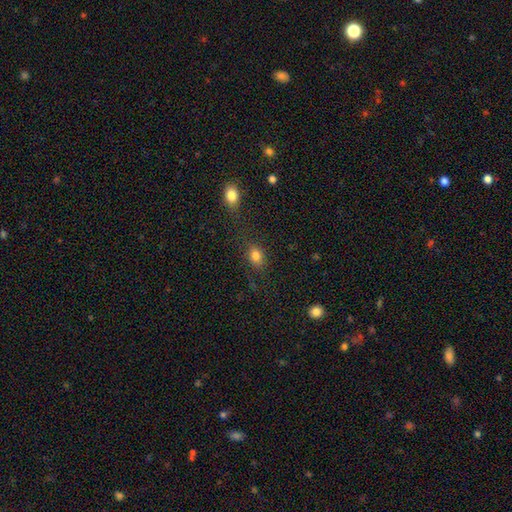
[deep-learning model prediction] smooth_or_featured: smooth (p=0.81) [alt: star or artifact p=0.12]
how_rounded: in between (p=0.62) [alt: round p=0.36]
merging: none (p=0.76) [alt: minor disturbance p=0.14]